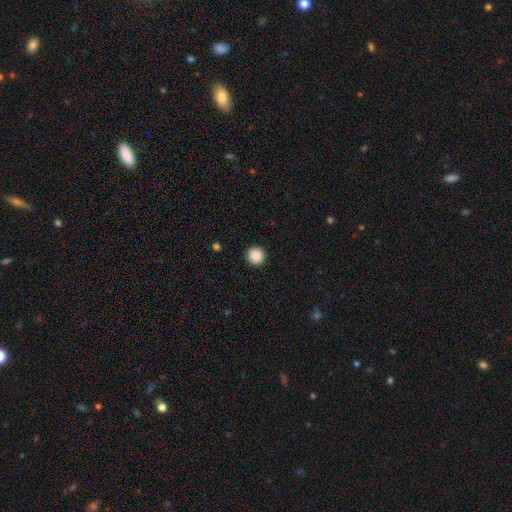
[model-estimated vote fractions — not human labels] Q: Smooth or featured?
A: smooth (88%); runner-up: star or artifact (9%)
Q: How rounded?
A: round (96%); runner-up: in between (3%)
Q: Merging?
A: none (93%); runner-up: minor disturbance (4%)